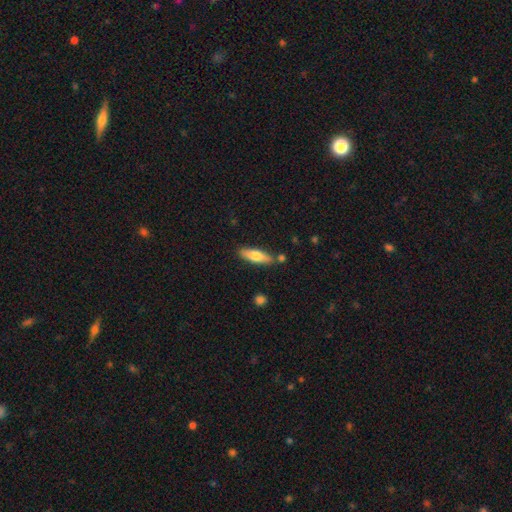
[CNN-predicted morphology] Smooth or featured?
  - smooth: 65% *
  - featured or disk: 29%
  - star or artifact: 6%
How rounded?
  - cigar-shaped: 58% *
  - in between: 40%
  - round: 2%
Merging?
  - none: 81% *
  - minor disturbance: 11%
  - merger: 5%
  - major disturbance: 2%